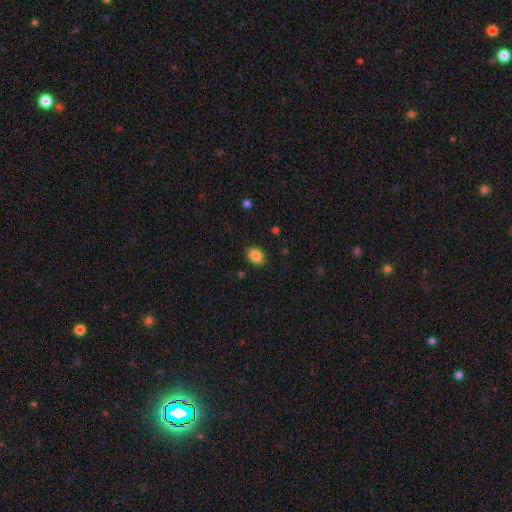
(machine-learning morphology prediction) smooth-or-featured: smooth: 87% | star or artifact: 9% | featured or disk: 4%
  how-rounded: in between: 67% | round: 32% | cigar-shaped: 1%
  merging: none: 88% | minor disturbance: 9% | major disturbance: 2% | merger: 1%